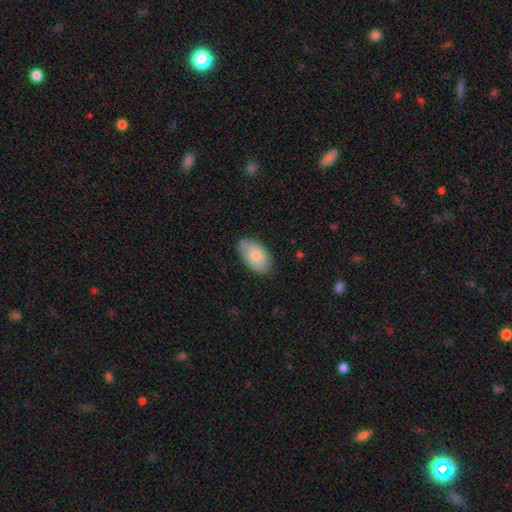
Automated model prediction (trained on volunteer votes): Smooth or featured? Predicted: smooth (p=0.76). How rounded? Predicted: in between (p=0.94). Merging? Predicted: none (p=0.69).